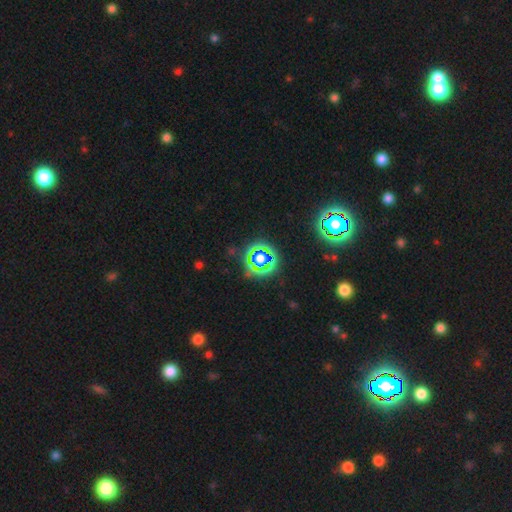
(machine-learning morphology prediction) The model was most divided on "smooth or featured": star or artifact: 77%, smooth: 15%, featured or disk: 8%.